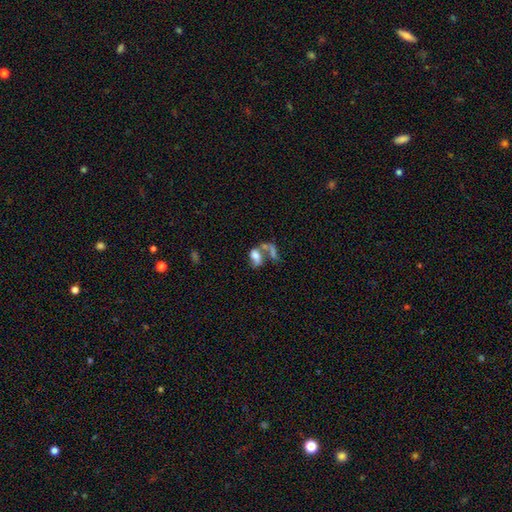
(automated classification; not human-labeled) Smooth or featured: smooth — 58% (featured or disk — 29%)
How rounded: in between — 83% (round — 12%)
Merging: merger — 55% (none — 19%)